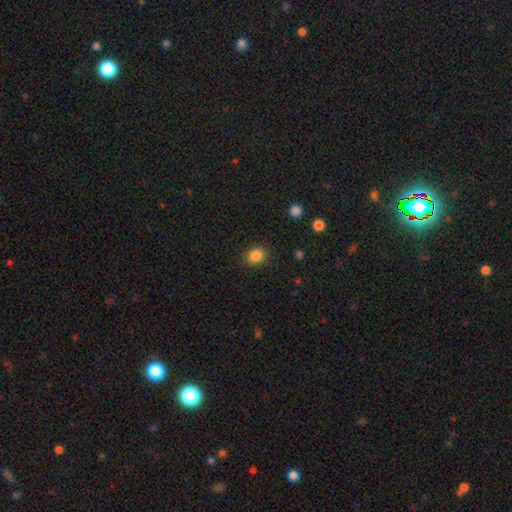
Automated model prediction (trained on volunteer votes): A smooth galaxy with no disk features (85%) that is round (54%). Merging: none (88%).